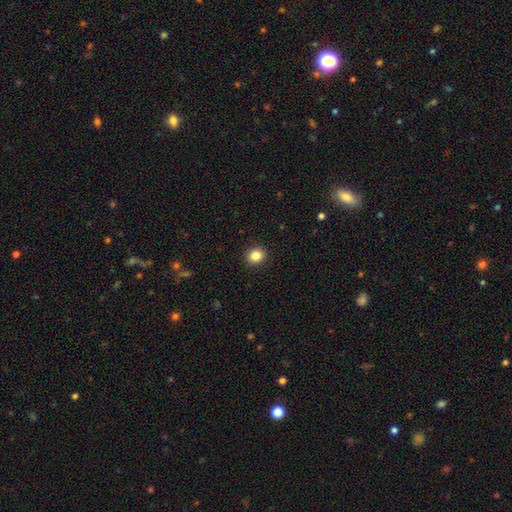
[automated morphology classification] Smooth or featured: smooth — 85% (star or artifact — 10%)
How rounded: round — 75% (in between — 24%)
Merging: none — 92% (minor disturbance — 5%)